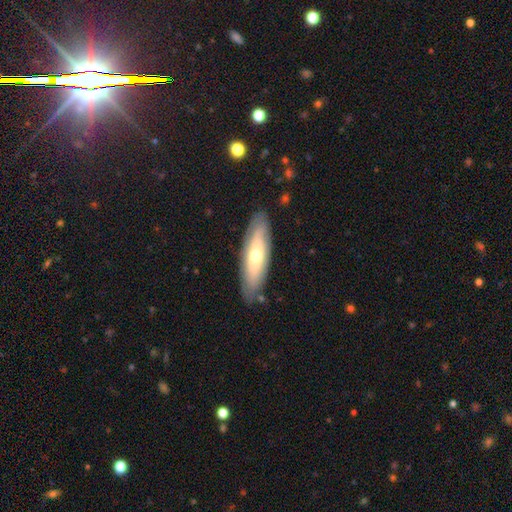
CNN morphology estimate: smooth 49%, featured or disk 45%, star or artifact 6%. Down the decision tree: merging — none (82%).